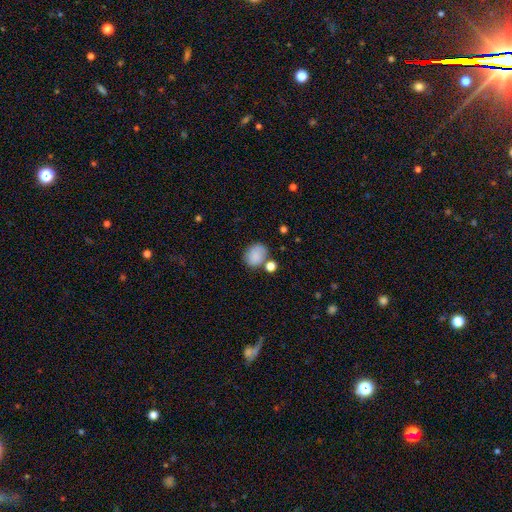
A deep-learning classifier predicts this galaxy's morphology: Q: Smooth or featured?
A: smooth (84%); runner-up: star or artifact (9%)
Q: How rounded?
A: round (52%); runner-up: in between (47%)
Q: Merging?
A: none (63%); runner-up: minor disturbance (17%)